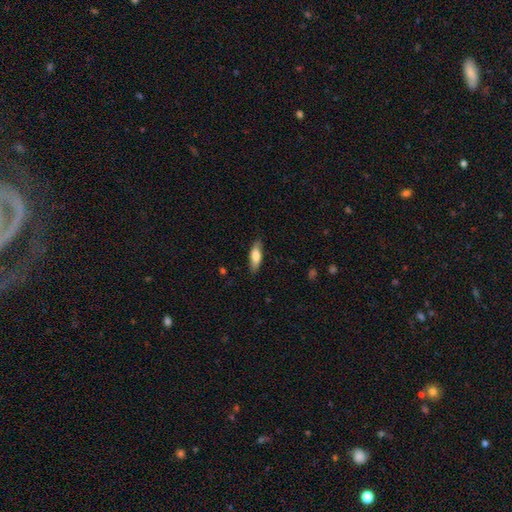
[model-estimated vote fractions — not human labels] Overall: smooth (77%). How rounded: in between (65%; cigar-shaped 33%). Merging: none (82%).